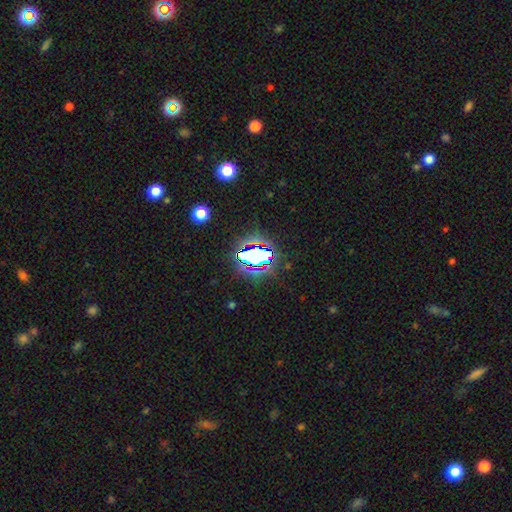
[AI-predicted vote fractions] smooth-or-featured: star or artifact: 64% | smooth: 22% | featured or disk: 13%